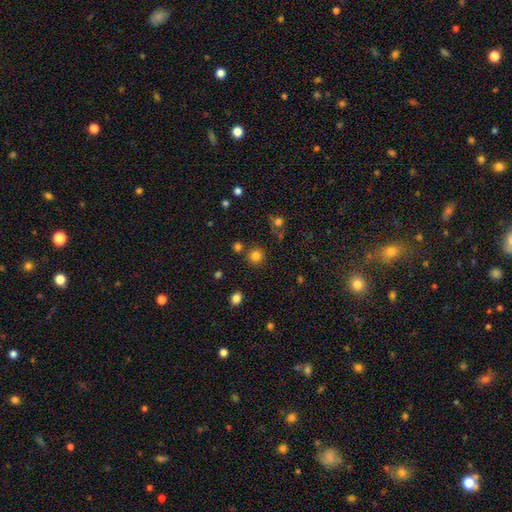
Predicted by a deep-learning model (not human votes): Morphology: type=smooth (81%); roundness=round (93%); merging=none (83%).